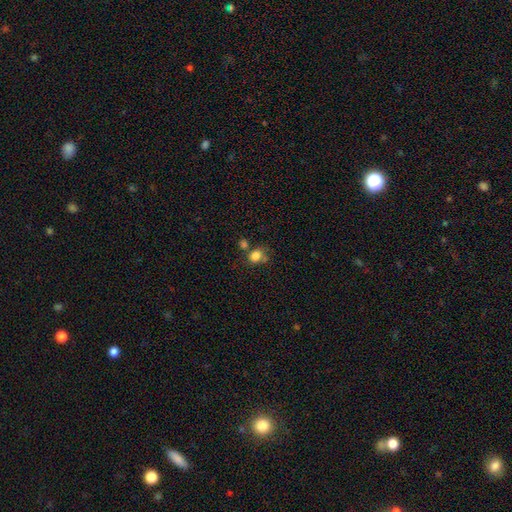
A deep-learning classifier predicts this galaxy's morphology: smooth_or_featured: smooth (p=0.80) [alt: star or artifact p=0.12]
how_rounded: round (p=0.64) [alt: in between p=0.35]
merging: none (p=0.52) [alt: merger p=0.23]